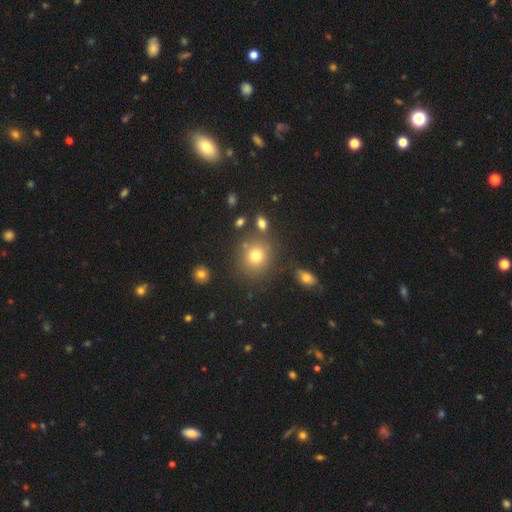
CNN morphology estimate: Smooth or featured: smooth — 76% (star or artifact — 15%)
How rounded: round — 85% (in between — 14%)
Merging: none — 79% (minor disturbance — 10%)